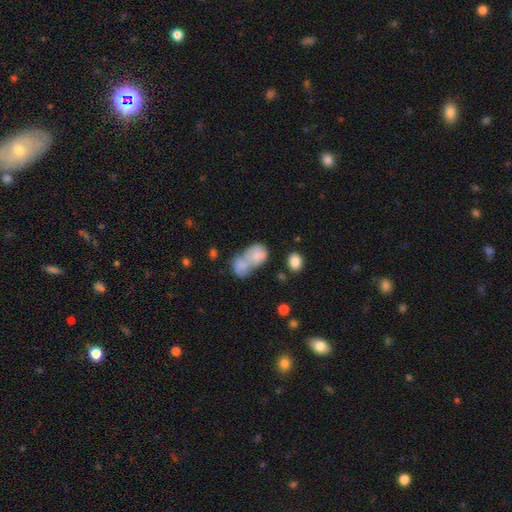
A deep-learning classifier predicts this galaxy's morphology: smooth 74%, featured or disk 18%, star or artifact 8%. Down the decision tree: how rounded — in between (71%); merging — merger (71%).